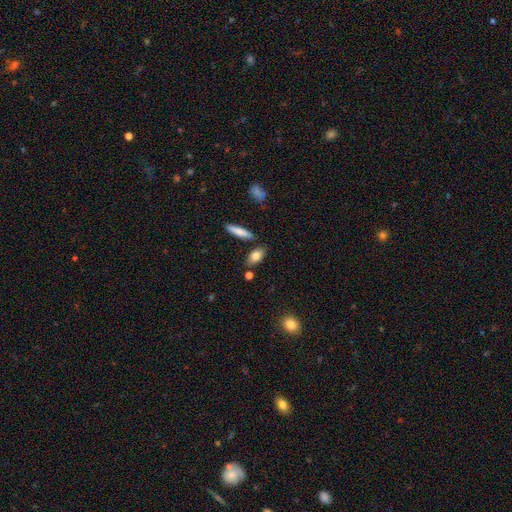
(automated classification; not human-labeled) This is clearly a smooth galaxy (81%). How rounded: clearly in between (85%). Merging: likely none (78%).